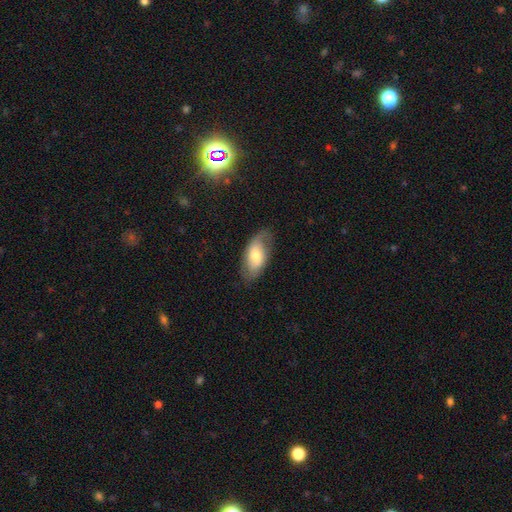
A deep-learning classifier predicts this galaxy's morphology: A smooth galaxy with no disk features (56%) that is in between round and cigar-shaped (92%). Merging: none (72%).